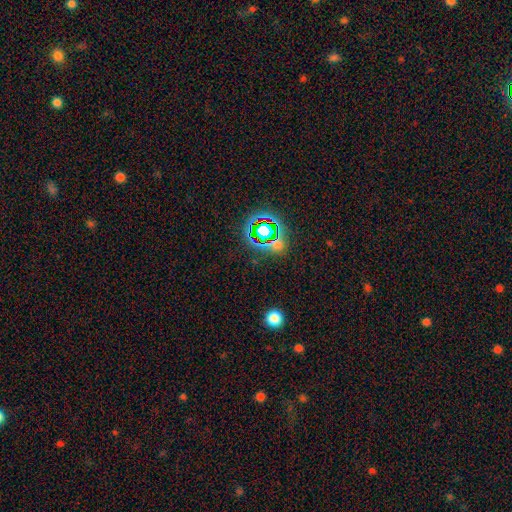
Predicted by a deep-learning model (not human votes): Smooth or featured: star or artifact — 72% (smooth — 18%)